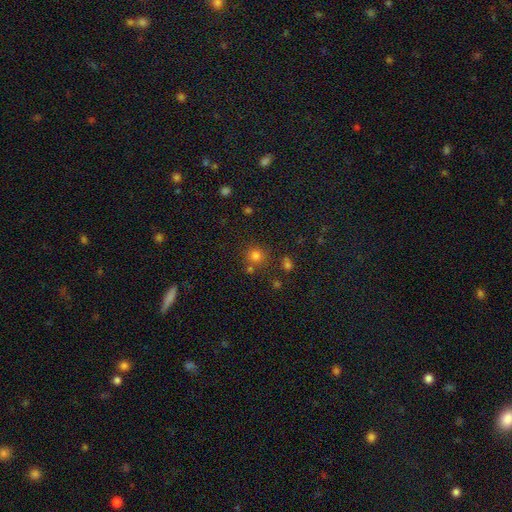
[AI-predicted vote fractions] Smooth or featured? Predicted: smooth (p=0.77). How rounded? Predicted: round (p=0.91). Merging? Predicted: none (p=0.75).